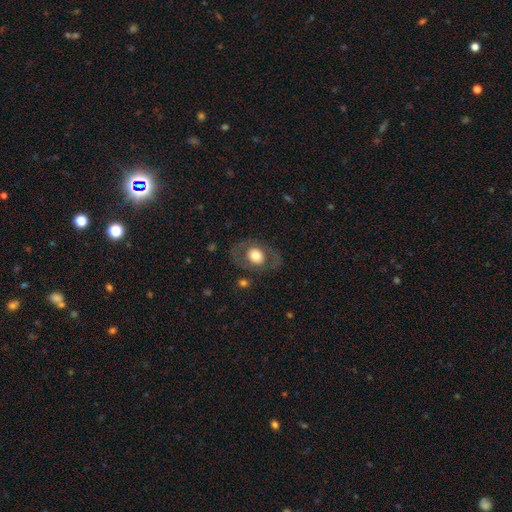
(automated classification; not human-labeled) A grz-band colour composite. It shows a smooth galaxy with no disk features (59%) that is in between round and cigar-shaped (54%). Merging: none (76%).